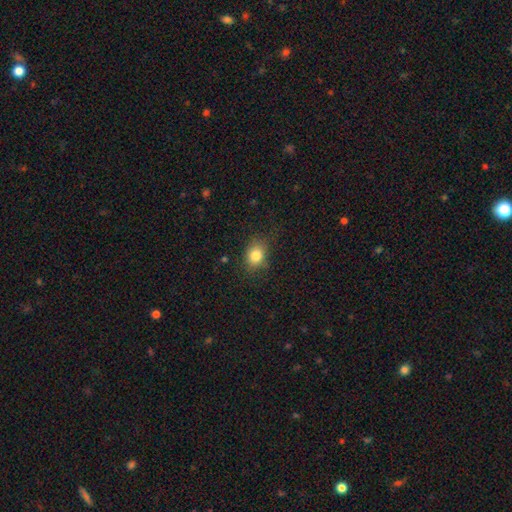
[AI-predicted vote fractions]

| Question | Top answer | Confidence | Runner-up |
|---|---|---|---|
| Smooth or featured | smooth | 82% | star or artifact (11%) |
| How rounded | round | 51% | in between (48%) |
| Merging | none | 77% | minor disturbance (16%) |